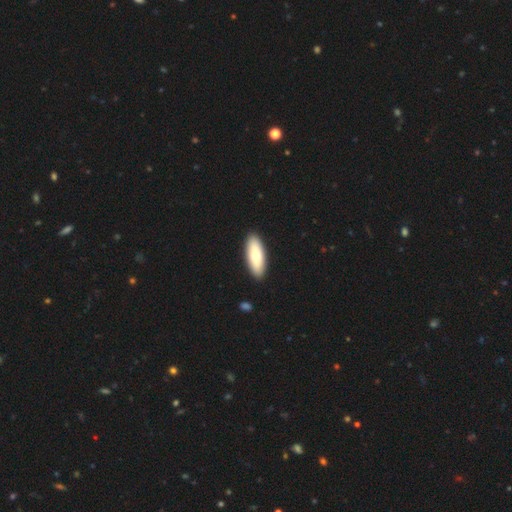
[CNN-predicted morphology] A smooth galaxy with no disk features (74%) that is in between round and cigar-shaped (69%). Merging: none (91%).